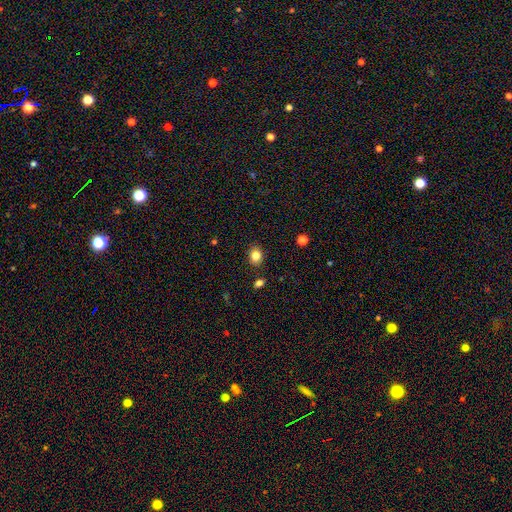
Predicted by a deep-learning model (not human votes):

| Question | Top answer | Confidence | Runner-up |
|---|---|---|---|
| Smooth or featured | smooth | 83% | star or artifact (11%) |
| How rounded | round | 55% | in between (44%) |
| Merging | none | 87% | minor disturbance (8%) |